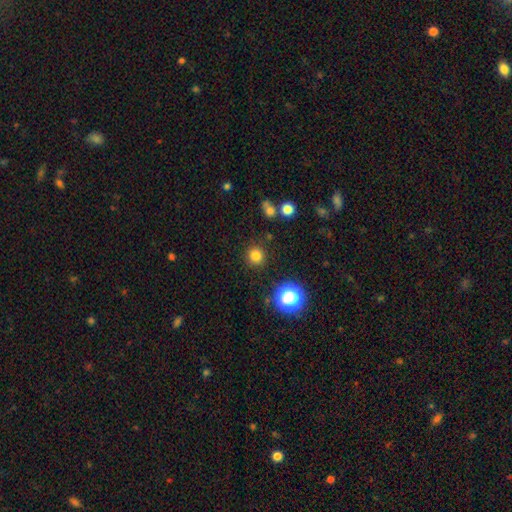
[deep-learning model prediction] smooth 80%, star or artifact 16%, featured or disk 5%. Down the decision tree: how rounded — round (95%); merging — none (89%).